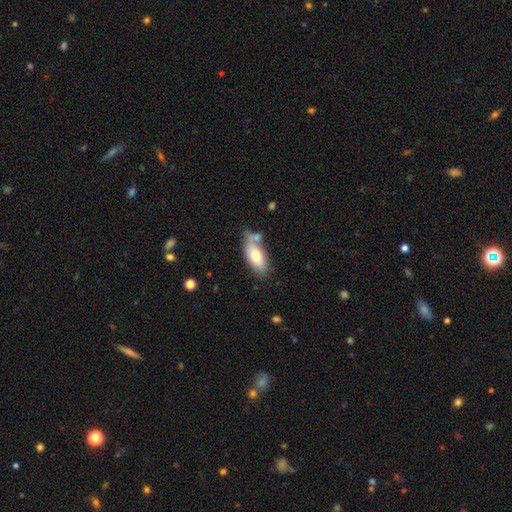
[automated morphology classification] Smooth or featured?
  - smooth: 71% *
  - featured or disk: 23%
  - star or artifact: 6%
How rounded?
  - in between: 85% *
  - cigar-shaped: 12%
  - round: 3%
Merging?
  - none: 53% *
  - merger: 21%
  - minor disturbance: 20%
  - major disturbance: 6%